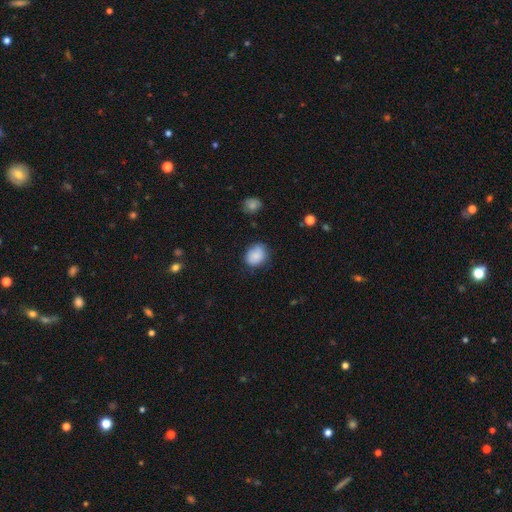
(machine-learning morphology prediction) Smooth or featured?
  - smooth: 84% *
  - star or artifact: 9%
  - featured or disk: 7%
How rounded?
  - round: 52% *
  - in between: 47%
  - cigar-shaped: 1%
Merging?
  - none: 71% *
  - minor disturbance: 23%
  - major disturbance: 5%
  - merger: 2%